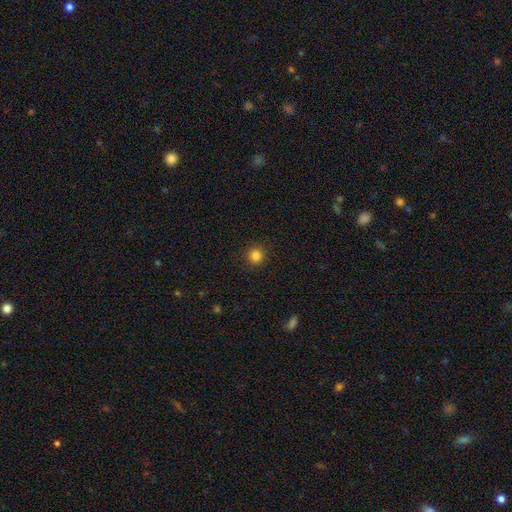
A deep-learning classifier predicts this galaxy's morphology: This is clearly a smooth galaxy (84%). How rounded: clearly round (95%). Merging: clearly none (91%).